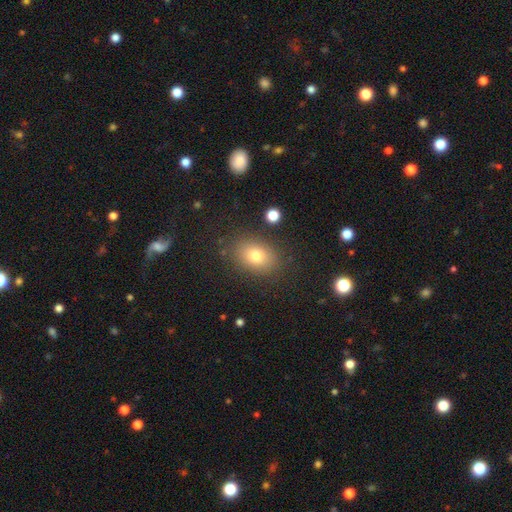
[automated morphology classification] smooth 77%, star or artifact 12%, featured or disk 11%. Down the decision tree: how rounded — in between (70%); merging — none (83%).